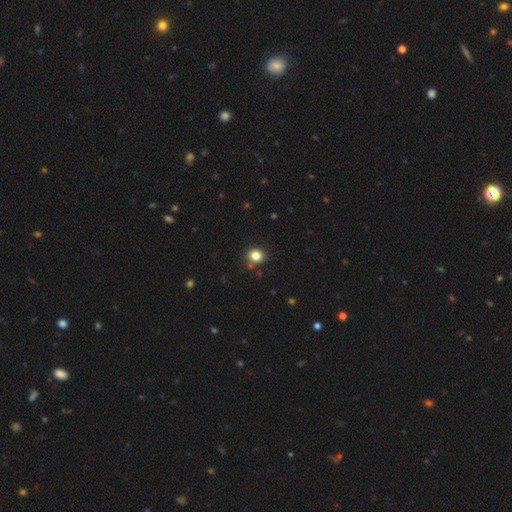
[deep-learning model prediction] A smooth galaxy with no disk features (83%) that is round (83%). Merging: none (84%).